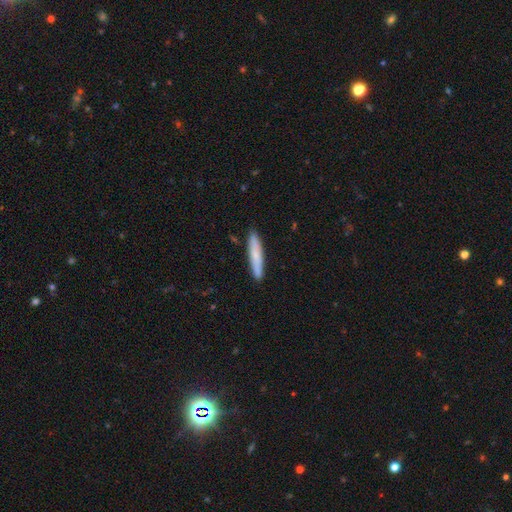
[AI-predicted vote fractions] smooth_or_featured: smooth (p=0.73) [alt: featured or disk p=0.21]
how_rounded: cigar-shaped (p=0.92) [alt: in between p=0.06]
merging: none (p=0.89) [alt: minor disturbance p=0.08]